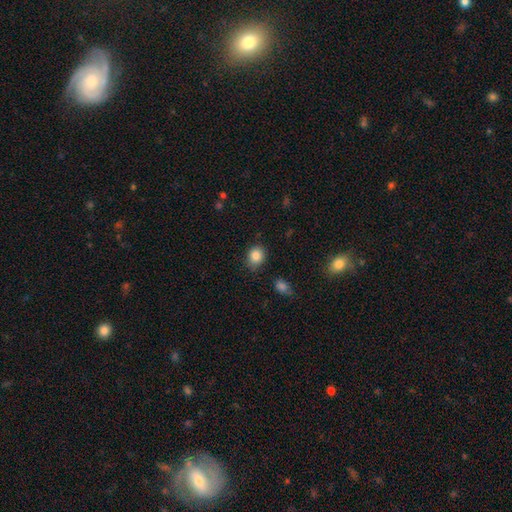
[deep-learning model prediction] Overall: smooth (85%). How rounded: round (58%; in between 41%). Merging: none (80%).